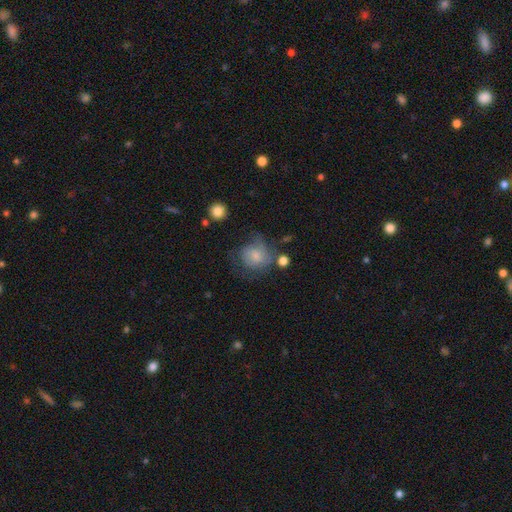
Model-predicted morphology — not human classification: Smooth or featured? smooth (63%)
How rounded? round (74%)
Merging? none (42%)